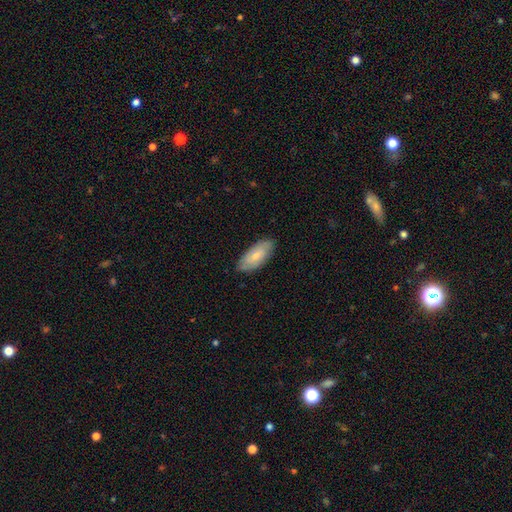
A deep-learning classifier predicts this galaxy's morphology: A smooth galaxy with no disk features (57%) that is in between round and cigar-shaped (87%).

Vote fractions:
- Smooth or featured? smooth: 57% / featured or disk: 37% / star or artifact: 6%
- How rounded? in between: 87% / cigar-shaped: 11% / round: 2%
- Merging? none: 83% / minor disturbance: 13% / major disturbance: 2% / merger: 1%